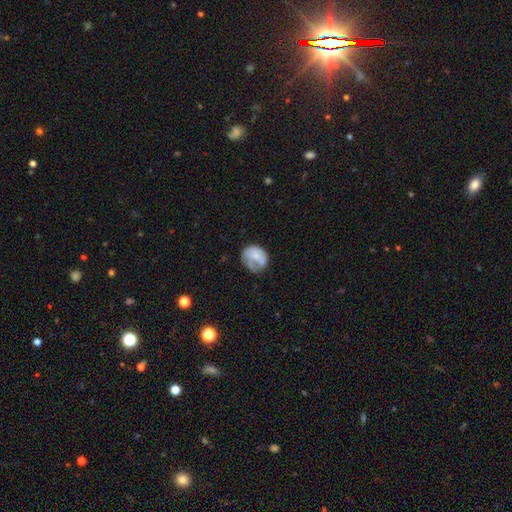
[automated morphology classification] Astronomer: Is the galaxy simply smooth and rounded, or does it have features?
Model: smooth — 54% (runner-up: featured or disk, 38%).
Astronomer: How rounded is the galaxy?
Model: round — 61% (runner-up: in between, 38%).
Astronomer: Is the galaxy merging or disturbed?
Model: none — 39% (runner-up: minor disturbance, 31%).